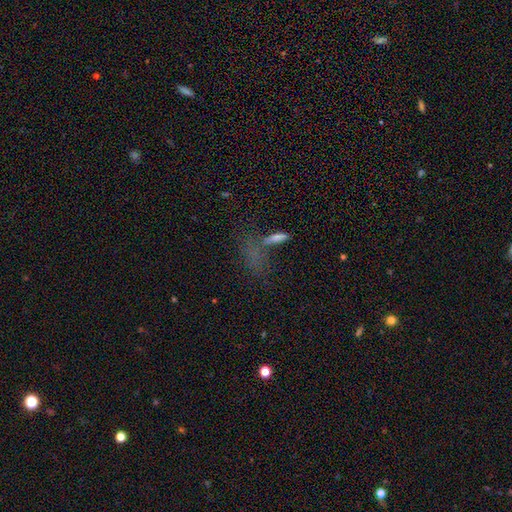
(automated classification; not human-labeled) Morphology: type=smooth (52%); roundness=in between (58%); merging=none (43%).